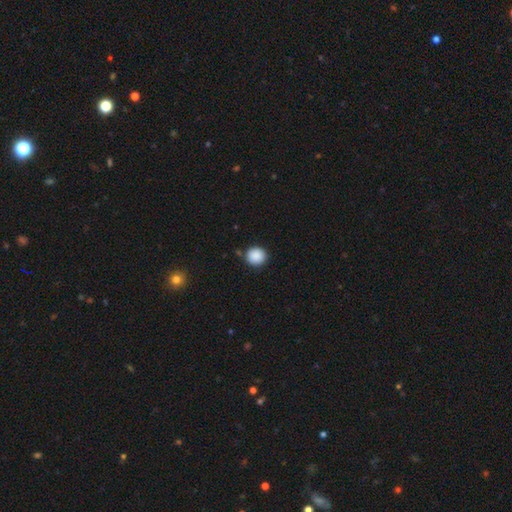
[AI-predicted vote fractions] Morphology: type=smooth (89%); roundness=round (91%); merging=none (85%).